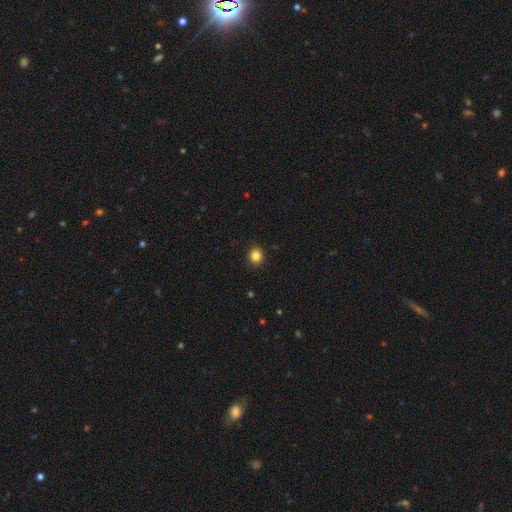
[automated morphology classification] This appears to be a smooth galaxy with no disk features (85%) that is round (77%). Merging: none (91%).